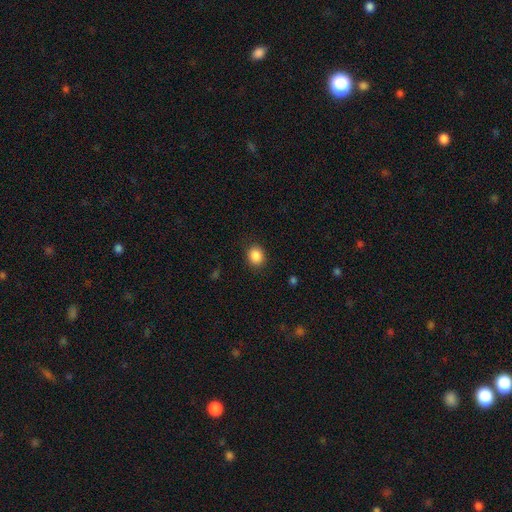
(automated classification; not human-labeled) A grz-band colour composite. It shows a smooth galaxy with no disk features (87%) that is round (70%). Merging: none (87%).